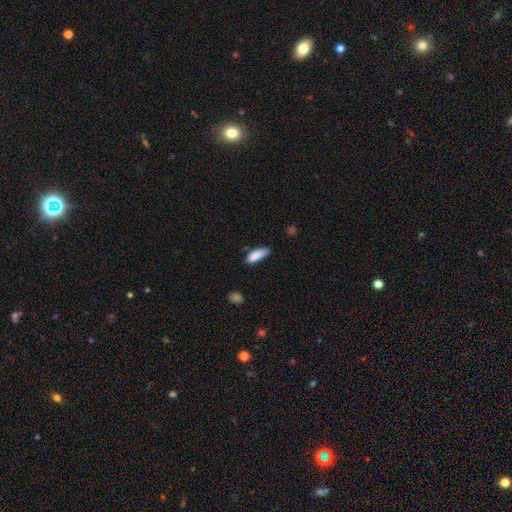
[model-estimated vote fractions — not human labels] smooth-or-featured: smooth: 86% | star or artifact: 7% | featured or disk: 7%
  how-rounded: in between: 66% | cigar-shaped: 33% | round: 2%
  merging: none: 65% | minor disturbance: 28% | major disturbance: 5% | merger: 2%